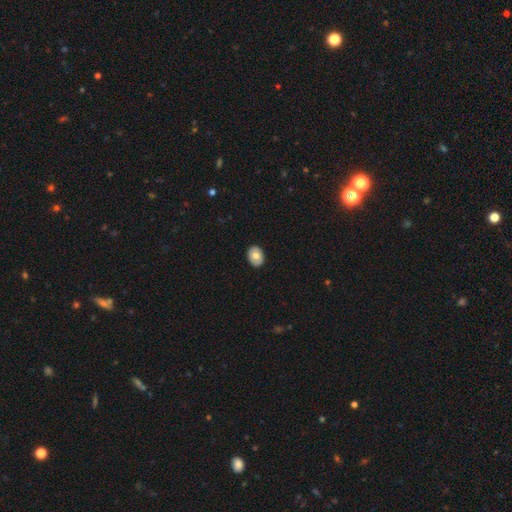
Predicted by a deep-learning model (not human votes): This is likely a smooth galaxy (66%). How rounded: likely in between (65%). Merging: clearly none (89%).